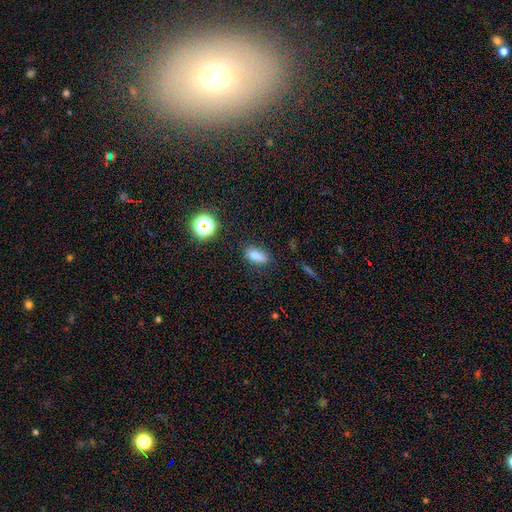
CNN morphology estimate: type=smooth (78%); roundness=in between (80%); merging=none (72%).